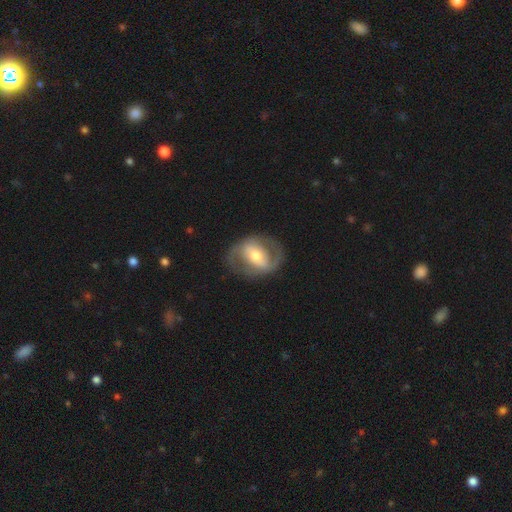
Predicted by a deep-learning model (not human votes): Smooth or featured: featured or disk — 75% (smooth — 20%)
Edge-on disk: no — 96% (yes — 4%)
Bar: strong — 39% (weak — 37%)
Spiral arms: yes — 76% (no — 24%)
Spiral winding: medium — 48% (tight — 26%)
Spiral arm count: 2 — 85% (can't tell — 8%)
Bulge size: moderate — 66% (small — 19%)
Merging: none — 76% (minor disturbance — 14%)